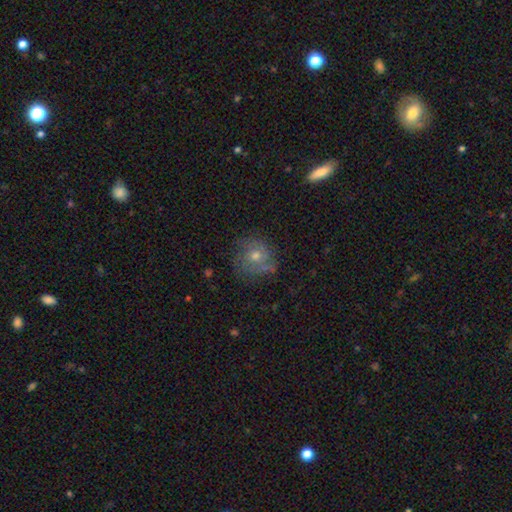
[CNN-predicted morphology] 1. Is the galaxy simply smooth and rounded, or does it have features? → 48% featured or disk, 38% smooth, 15% star or artifact.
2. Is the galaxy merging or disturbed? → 69% none, 20% minor disturbance, 9% major disturbance, 3% merger.